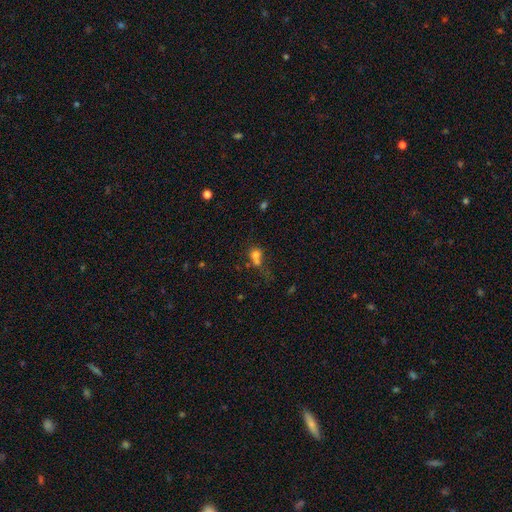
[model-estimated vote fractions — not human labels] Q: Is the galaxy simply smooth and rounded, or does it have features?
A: smooth — 71%.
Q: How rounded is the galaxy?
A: round — 72%.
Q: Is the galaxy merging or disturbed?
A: merger — 46%.